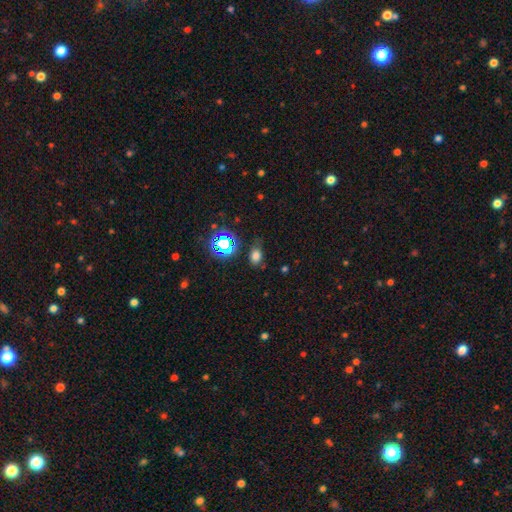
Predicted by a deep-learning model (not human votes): This appears to be a smooth galaxy with no disk features (69%) that is in between round and cigar-shaped (70%). Merging: none (63%).